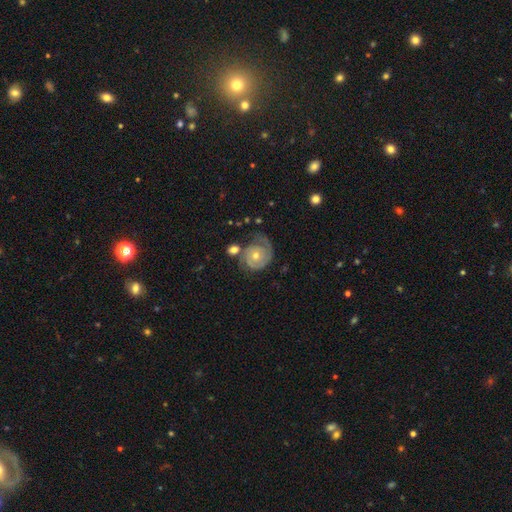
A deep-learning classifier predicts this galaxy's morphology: A featured or disk galaxy (82%) with no bar (82%), 2 (48%) tight (69%) spiral arms (94%) and a moderate central bulge (52%). Merging: none (58%).